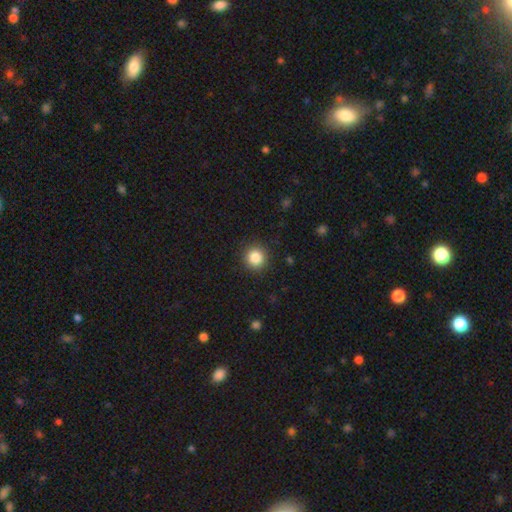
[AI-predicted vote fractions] smooth-or-featured: smooth: 86% | star or artifact: 10% | featured or disk: 5%
  how-rounded: round: 92% | in between: 7% | cigar-shaped: 1%
  merging: none: 91% | minor disturbance: 6% | major disturbance: 2% | merger: 1%